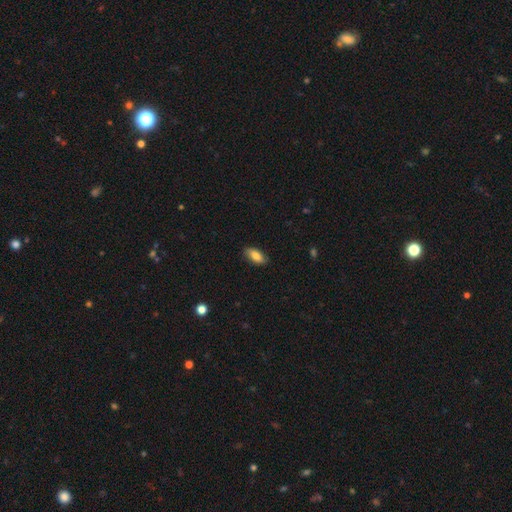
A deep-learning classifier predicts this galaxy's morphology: Overall: smooth (81%). How rounded: in between (88%). Merging: none (84%).